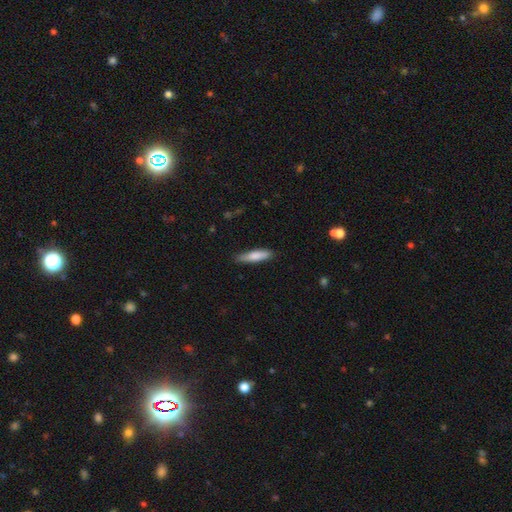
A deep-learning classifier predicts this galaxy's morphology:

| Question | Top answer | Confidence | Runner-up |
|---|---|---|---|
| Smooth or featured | smooth | 78% | featured or disk (16%) |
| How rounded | cigar-shaped | 77% | in between (21%) |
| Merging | none | 81% | minor disturbance (15%) |